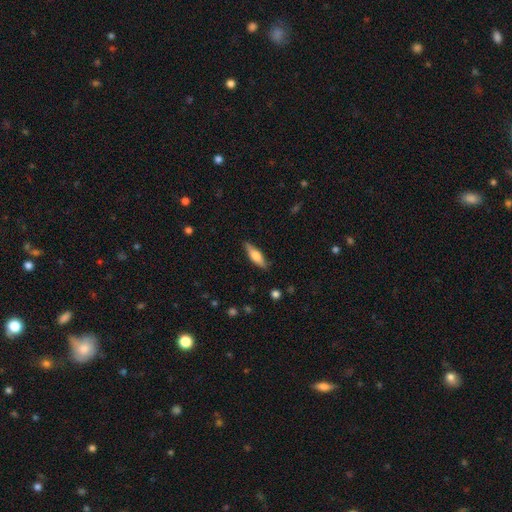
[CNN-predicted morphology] type=smooth (56%); roundness=cigar-shaped (61%); merging=none (86%).